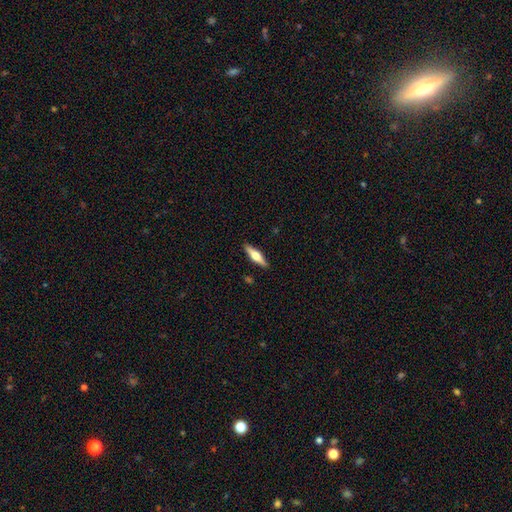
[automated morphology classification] smooth-or-featured: featured or disk: 55% | smooth: 39% | star or artifact: 5%
  disk-edge-on: yes: 96% | no: 4%
    edge-on-bulge: rounded: 93% | boxy: 5% | none: 2%
  merging: none: 90% | minor disturbance: 7% | major disturbance: 2% | merger: 1%